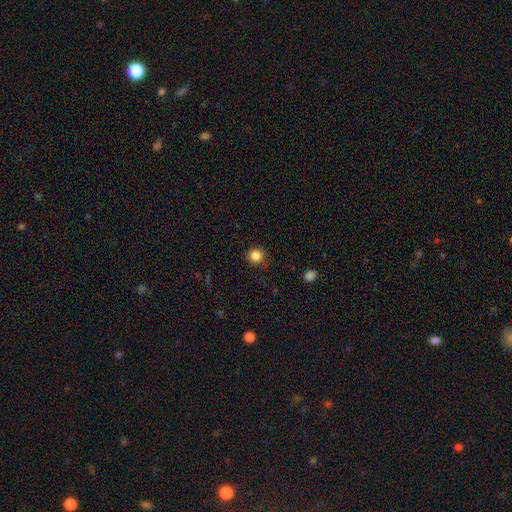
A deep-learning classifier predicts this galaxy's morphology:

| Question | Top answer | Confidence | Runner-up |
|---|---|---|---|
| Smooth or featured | smooth | 84% | star or artifact (12%) |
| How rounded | round | 93% | in between (7%) |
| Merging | none | 88% | minor disturbance (8%) |